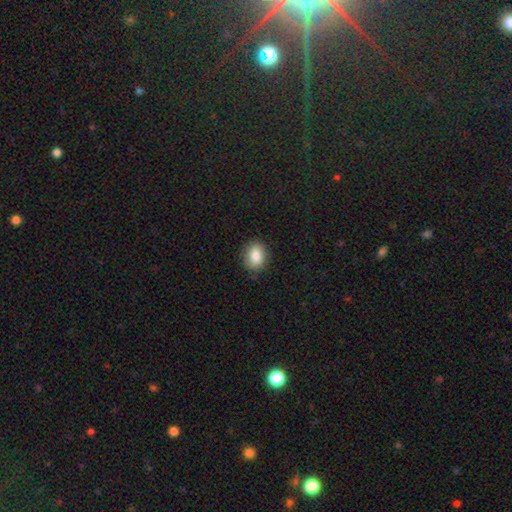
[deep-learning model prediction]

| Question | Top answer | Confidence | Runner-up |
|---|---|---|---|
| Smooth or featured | smooth | 85% | star or artifact (8%) |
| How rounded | in between | 56% | round (43%) |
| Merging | none | 85% | minor disturbance (12%) |